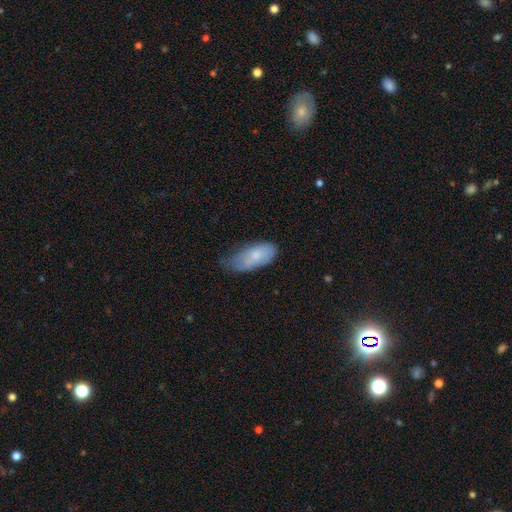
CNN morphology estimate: Overall: smooth (75%). How rounded: in between (91%). Merging: minor disturbance (45%; none 39%).